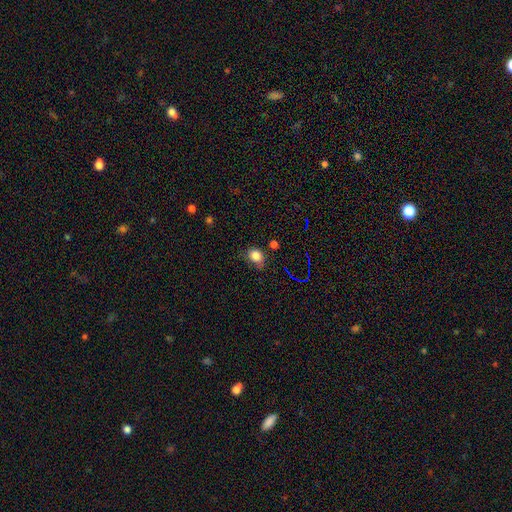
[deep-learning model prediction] Overall: smooth (82%). How rounded: round (57%; in between 41%). Merging: none (58%; minor disturbance 29%).